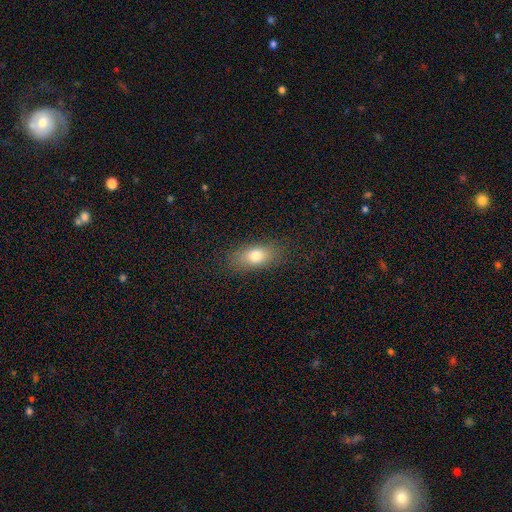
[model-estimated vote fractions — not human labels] smooth_or_featured: smooth (p=0.76) [alt: featured or disk p=0.14]
how_rounded: in between (p=0.81) [alt: round p=0.10]
merging: none (p=0.83) [alt: minor disturbance p=0.11]